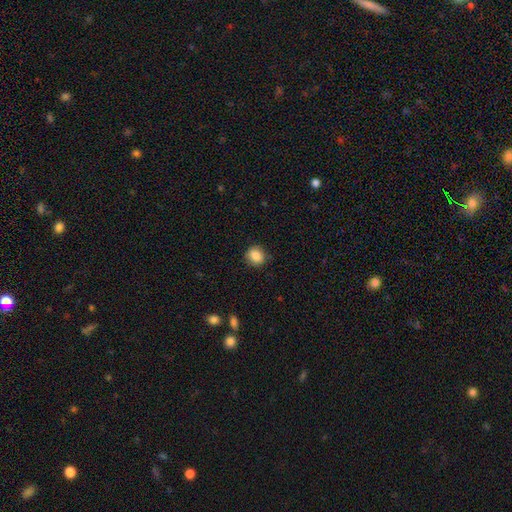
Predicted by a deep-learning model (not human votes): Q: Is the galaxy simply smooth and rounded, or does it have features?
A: smooth — 87%.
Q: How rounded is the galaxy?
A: round — 75%.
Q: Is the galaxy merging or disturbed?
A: none — 82%.